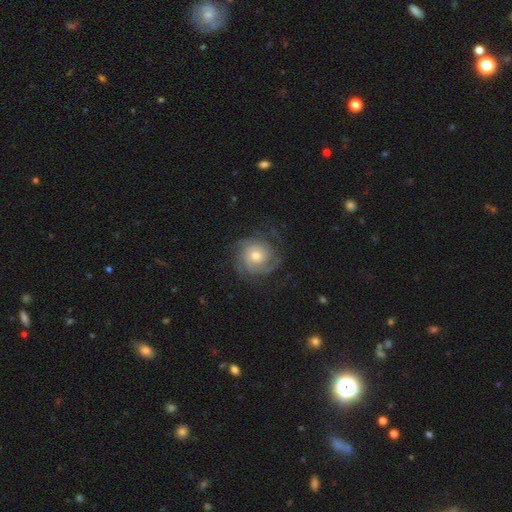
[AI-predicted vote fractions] This is clearly a featured or disk galaxy (84%). It is clearly not viewed edge-on (98%). Bar: likely no (74%). Spiral arm pattern: clearly yes (96%). Spiral arm count: marginally can't tell (28%). Spiral winding: likely tight (69%). Central bulge: likely moderate (63%). Merging: likely none (74%).